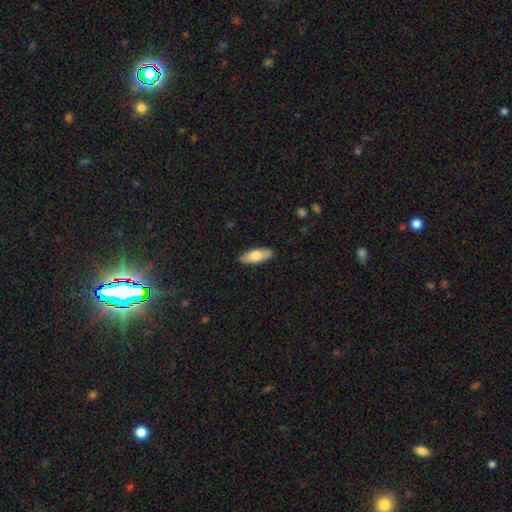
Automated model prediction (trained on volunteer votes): Overall: smooth (72%). How rounded: in between (76%). Merging: none (89%).